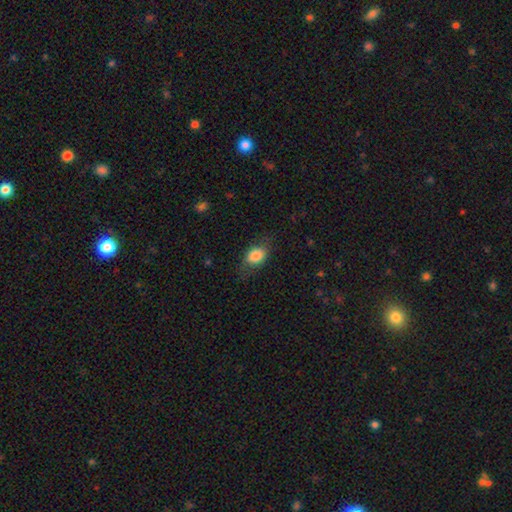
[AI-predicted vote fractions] smooth_or_featured: smooth (p=0.80) [alt: featured or disk p=0.12]
how_rounded: in between (p=0.73) [alt: round p=0.25]
merging: none (p=0.69) [alt: minor disturbance p=0.20]